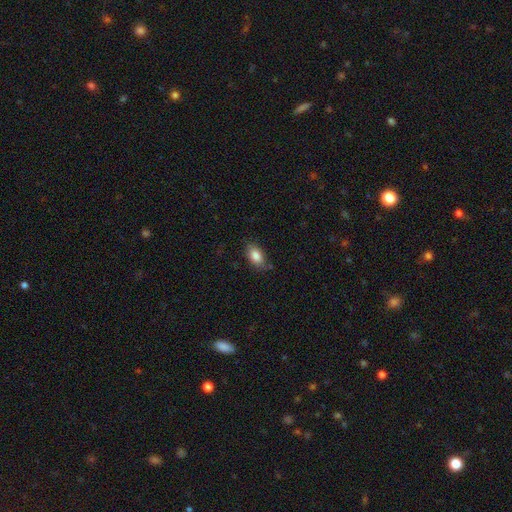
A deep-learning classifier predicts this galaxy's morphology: smooth 85%, star or artifact 8%, featured or disk 7%. Down the decision tree: how rounded — in between (90%); merging — none (76%).